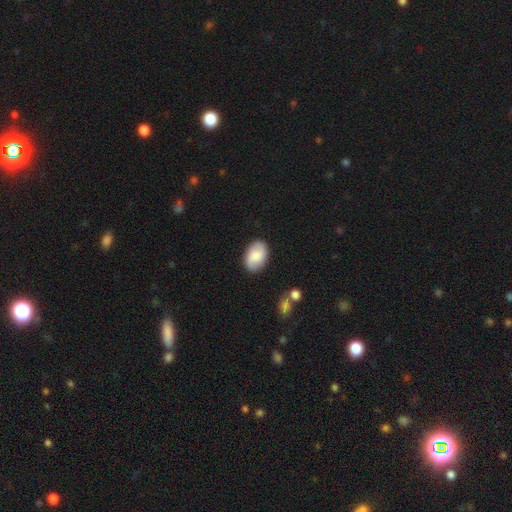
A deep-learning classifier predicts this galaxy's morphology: Smooth or featured?
  - smooth: 73% *
  - featured or disk: 21%
  - star or artifact: 7%
How rounded?
  - in between: 88% *
  - round: 11%
  - cigar-shaped: 1%
Merging?
  - none: 85% *
  - minor disturbance: 11%
  - major disturbance: 3%
  - merger: 2%